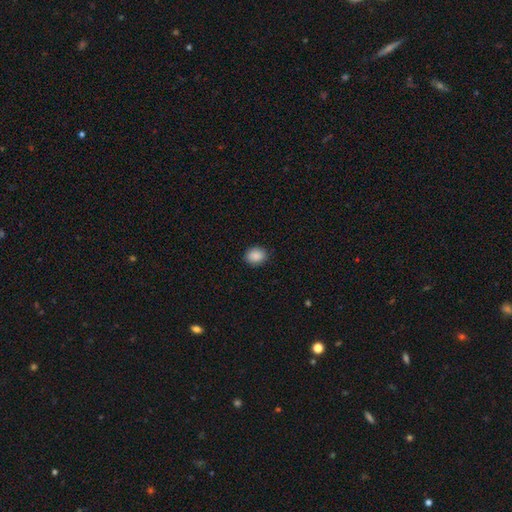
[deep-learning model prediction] Morphology: type=smooth (89%); roundness=round (51%); merging=none (88%).